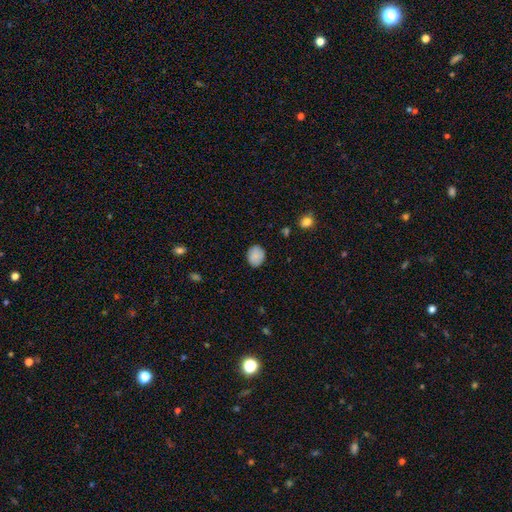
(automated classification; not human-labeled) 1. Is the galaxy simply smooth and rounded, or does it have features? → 86% smooth, 7% star or artifact, 6% featured or disk.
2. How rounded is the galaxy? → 55% round, 44% in between, 1% cigar-shaped.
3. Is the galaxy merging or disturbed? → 85% none, 12% minor disturbance, 2% major disturbance, 1% merger.